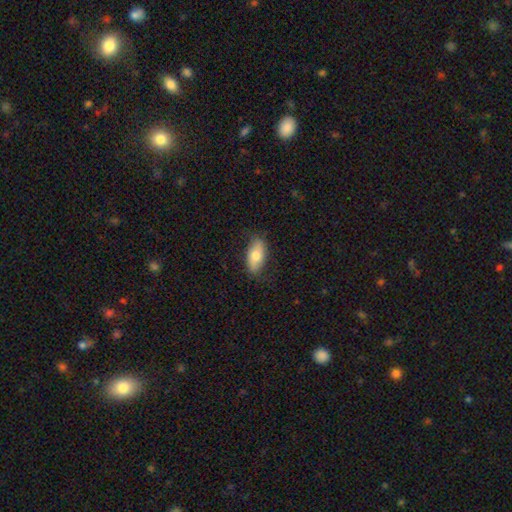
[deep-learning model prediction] Morphology: type=smooth (72%); roundness=in between (90%); merging=none (80%).